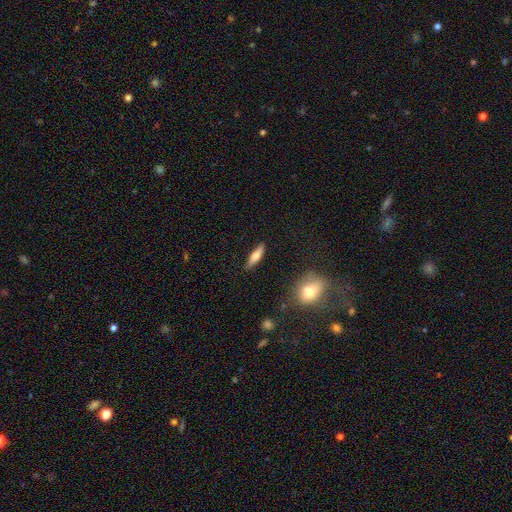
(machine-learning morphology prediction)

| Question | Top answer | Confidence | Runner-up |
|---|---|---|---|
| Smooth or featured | smooth | 59% | featured or disk (34%) |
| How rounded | cigar-shaped | 73% | in between (25%) |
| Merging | none | 88% | minor disturbance (8%) |